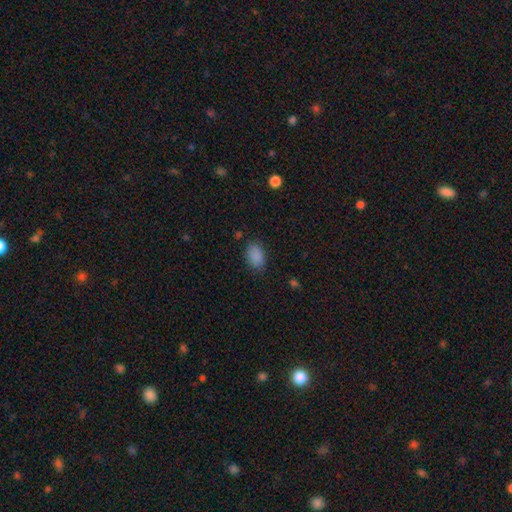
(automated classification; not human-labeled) Smooth or featured? smooth (87%)
How rounded? in between (84%)
Merging? none (81%)